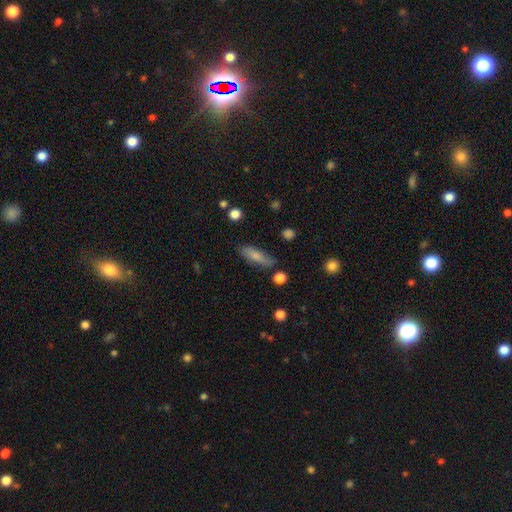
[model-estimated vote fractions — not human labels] Smooth or featured: smooth — 70% (featured or disk — 22%)
How rounded: in between — 58% (cigar-shaped — 39%)
Merging: none — 70% (minor disturbance — 21%)